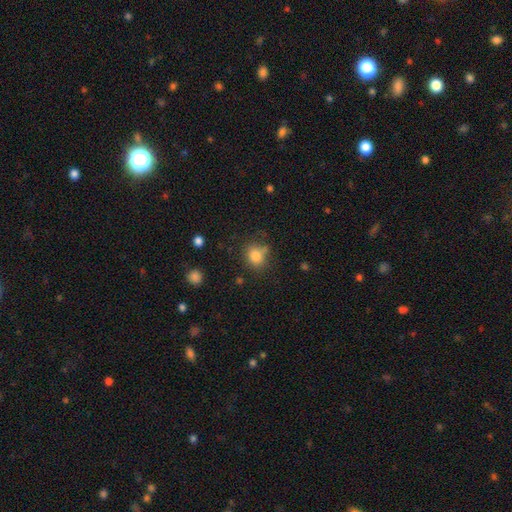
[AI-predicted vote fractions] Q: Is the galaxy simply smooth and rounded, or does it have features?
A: smooth — 82%.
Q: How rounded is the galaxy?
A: round — 70%.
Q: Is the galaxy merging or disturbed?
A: none — 66%.